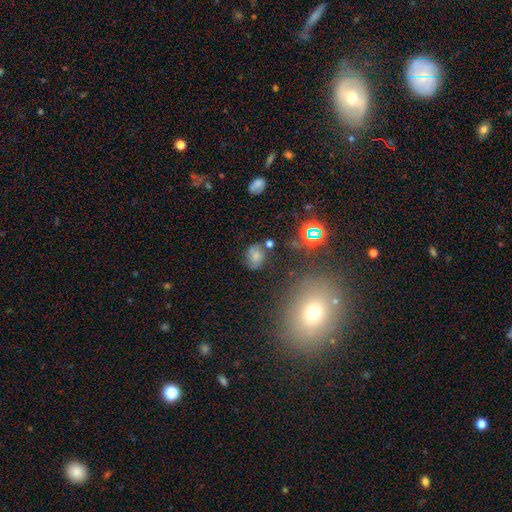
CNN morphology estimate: Smooth or featured?
  - smooth: 57% *
  - featured or disk: 22%
  - star or artifact: 21%
How rounded?
  - round: 50% *
  - in between: 48%
  - cigar-shaped: 1%
Merging?
  - none: 64% *
  - minor disturbance: 20%
  - merger: 9%
  - major disturbance: 7%